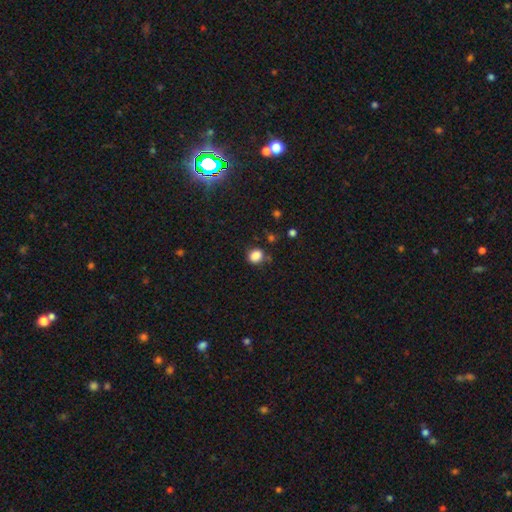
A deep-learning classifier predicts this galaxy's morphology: This is clearly a smooth galaxy (85%). How rounded: likely round (60%). Merging: likely none (73%).